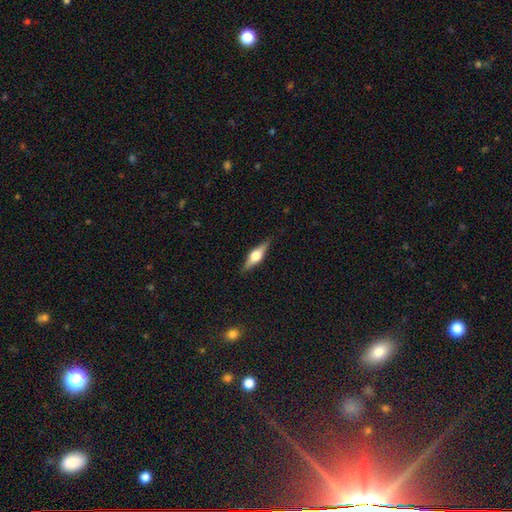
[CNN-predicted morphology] This appears to be a featured or disk galaxy (66%) viewed edge-on (97%) with a rounded central bulge (92%). Merging: none (88%).